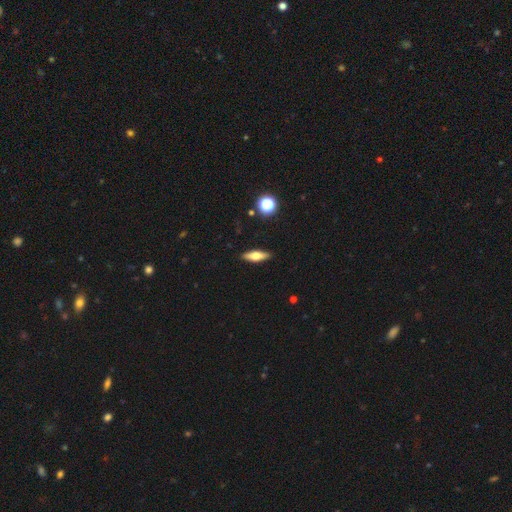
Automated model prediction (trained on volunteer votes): A smooth galaxy with no disk features (55%) that is cigar-shaped (49%). Merging: none (89%).